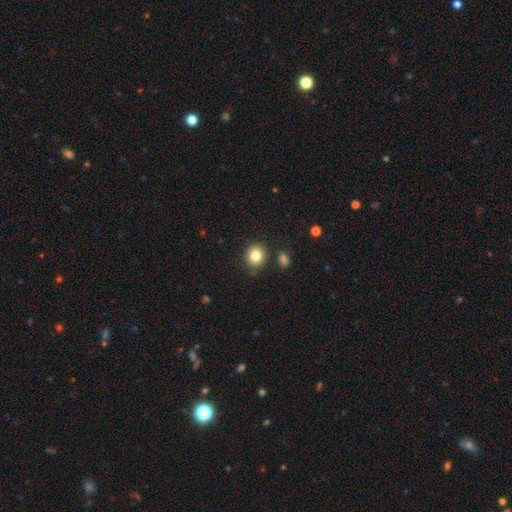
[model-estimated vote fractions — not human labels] Q: Smooth or featured?
A: smooth (83%); runner-up: star or artifact (10%)
Q: How rounded?
A: round (76%); runner-up: in between (23%)
Q: Merging?
A: none (84%); runner-up: minor disturbance (9%)